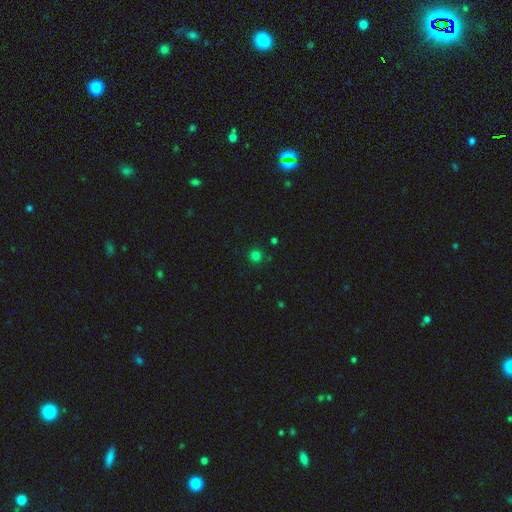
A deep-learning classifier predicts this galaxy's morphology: smooth 78%, star or artifact 19%, featured or disk 3%. Down the decision tree: how rounded — round (94%); merging — none (89%).